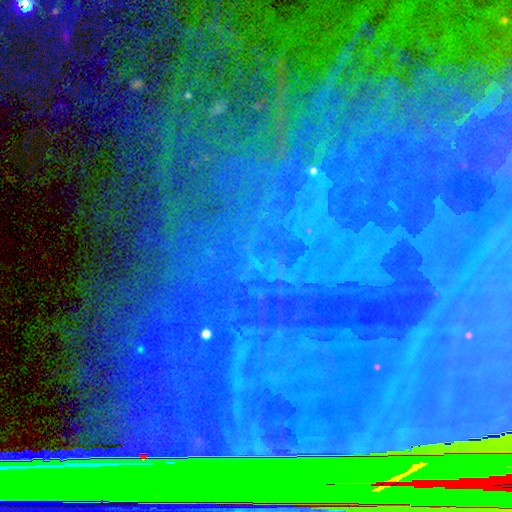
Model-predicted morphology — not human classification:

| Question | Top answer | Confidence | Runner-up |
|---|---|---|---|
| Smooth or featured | star or artifact | 78% | featured or disk (13%) |